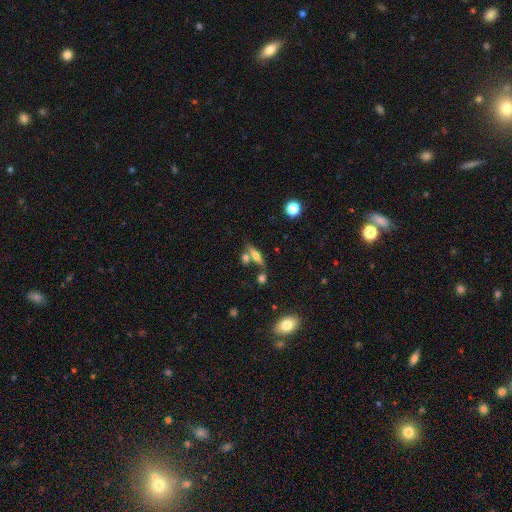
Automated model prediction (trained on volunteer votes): Smooth or featured?
  - featured or disk: 55% *
  - smooth: 35%
  - star or artifact: 10%
Edge-on disk?
  - yes: 92% *
  - no: 8%
Edge-on bulge?
  - rounded: 91% *
  - boxy: 5%
  - none: 3%
Merging?
  - none: 64% *
  - merger: 22%
  - minor disturbance: 11%
  - major disturbance: 4%